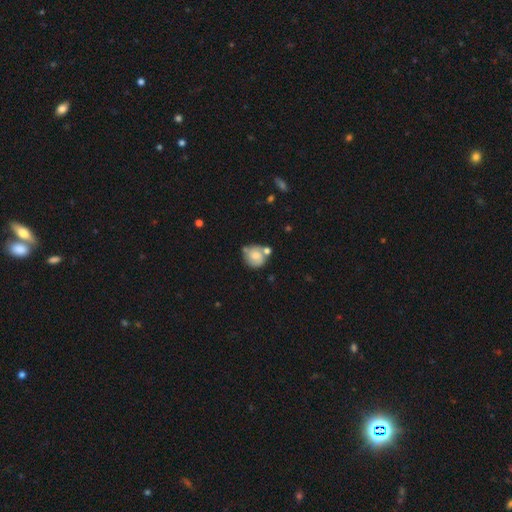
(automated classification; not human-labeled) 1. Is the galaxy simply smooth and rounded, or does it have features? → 60% smooth, 32% featured or disk, 8% star or artifact.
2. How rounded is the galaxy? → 80% round, 19% in between, 1% cigar-shaped.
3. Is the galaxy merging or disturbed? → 49% none, 23% merger, 21% minor disturbance, 7% major disturbance.